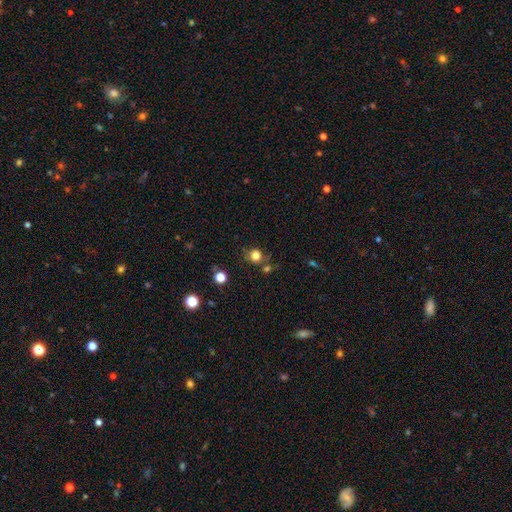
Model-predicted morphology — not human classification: Smooth or featured? Predicted: smooth (p=0.78). How rounded? Predicted: round (p=0.89). Merging? Predicted: none (p=0.70).